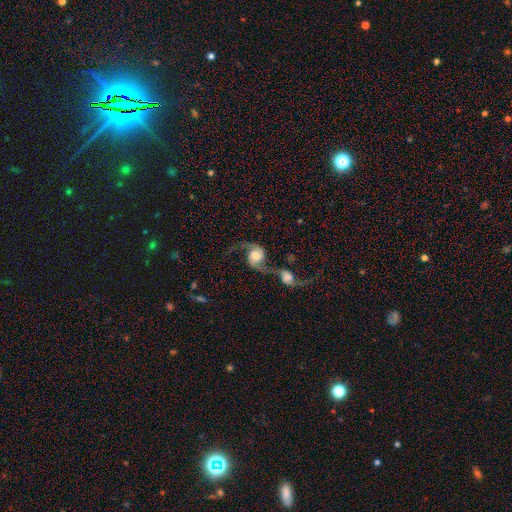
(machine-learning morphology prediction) Q: Smooth or featured?
A: featured or disk (84%); runner-up: smooth (10%)
Q: Edge-on disk?
A: no (97%); runner-up: yes (3%)
Q: Bar?
A: no (56%); runner-up: weak (35%)
Q: Spiral arms?
A: yes (96%); runner-up: no (4%)
Q: Spiral winding?
A: loose (66%); runner-up: medium (27%)
Q: Spiral arm count?
A: 2 (90%); runner-up: 1 (4%)
Q: Bulge size?
A: large (37%); runner-up: moderate (36%)
Q: Merging?
A: merger (66%); runner-up: none (18%)